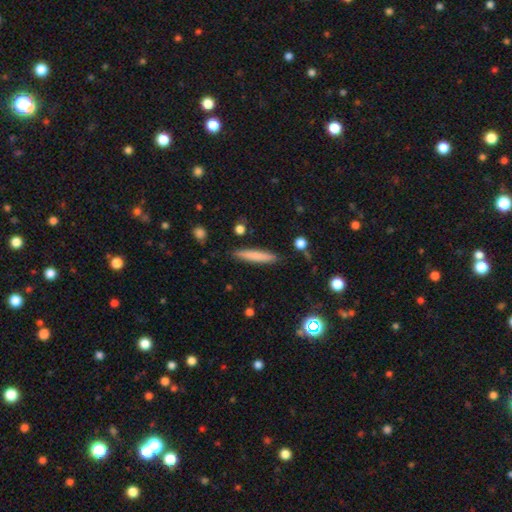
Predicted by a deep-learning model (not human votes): Q: Smooth or featured?
A: smooth (77%); runner-up: featured or disk (17%)
Q: How rounded?
A: cigar-shaped (92%); runner-up: in between (7%)
Q: Merging?
A: none (88%); runner-up: minor disturbance (8%)